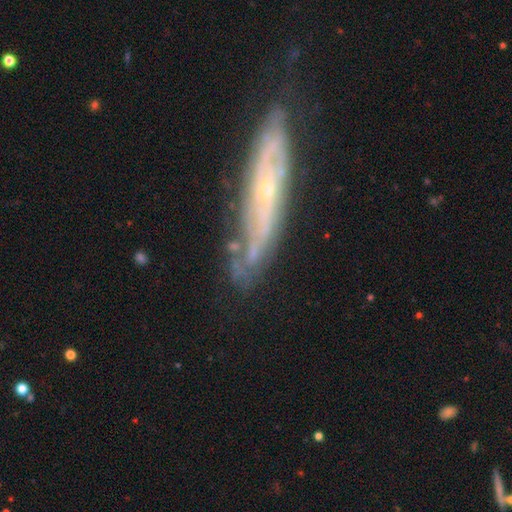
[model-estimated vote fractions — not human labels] This appears to be a featured or disk galaxy (78%). Merging: none (73%).